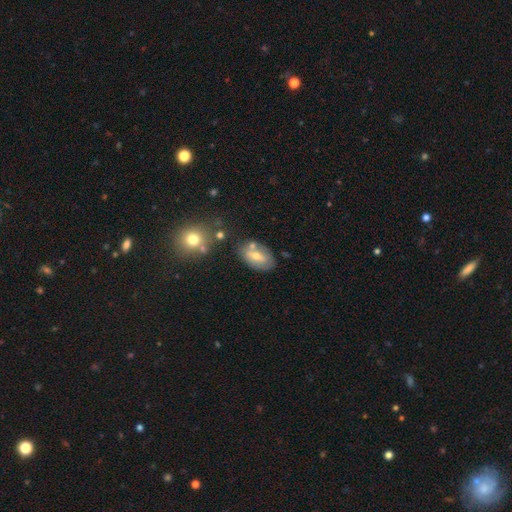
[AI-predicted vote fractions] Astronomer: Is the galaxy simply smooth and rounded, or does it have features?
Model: smooth — 52% (runner-up: featured or disk, 38%).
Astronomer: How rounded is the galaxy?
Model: in between — 89%.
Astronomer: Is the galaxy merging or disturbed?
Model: none — 64%.